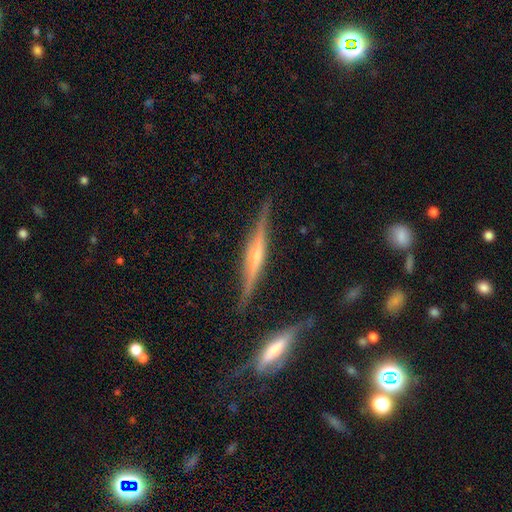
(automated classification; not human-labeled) smooth_or_featured: featured or disk (p=0.79) [alt: smooth p=0.15]
disk_edge_on: yes (p=0.97) [alt: no p=0.03]
edge_on_bulge: rounded (p=0.59) [alt: boxy p=0.24]
merging: none (p=0.85) [alt: minor disturbance p=0.11]